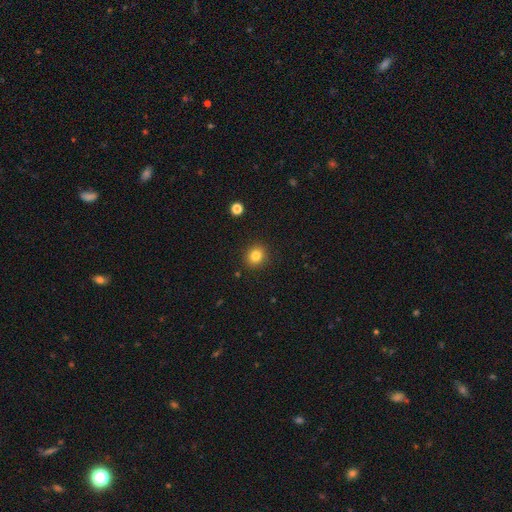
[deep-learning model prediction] smooth-or-featured: smooth: 82% | star or artifact: 11% | featured or disk: 6%
  how-rounded: round: 82% | in between: 17% | cigar-shaped: 1%
  merging: none: 90% | minor disturbance: 6% | major disturbance: 2% | merger: 1%